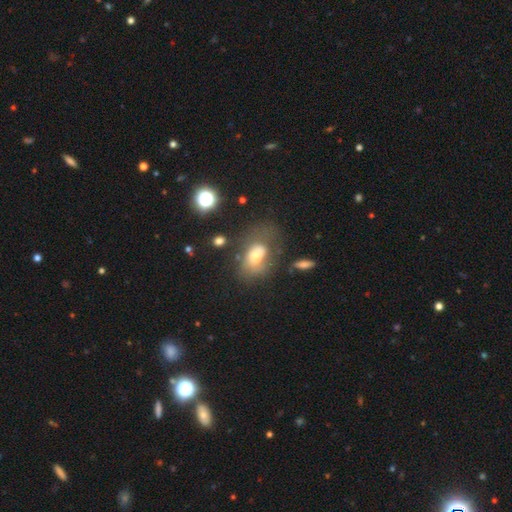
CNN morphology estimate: This is possibly a smooth galaxy (51%). How rounded: clearly in between (81%). Merging: marginally none (38%).